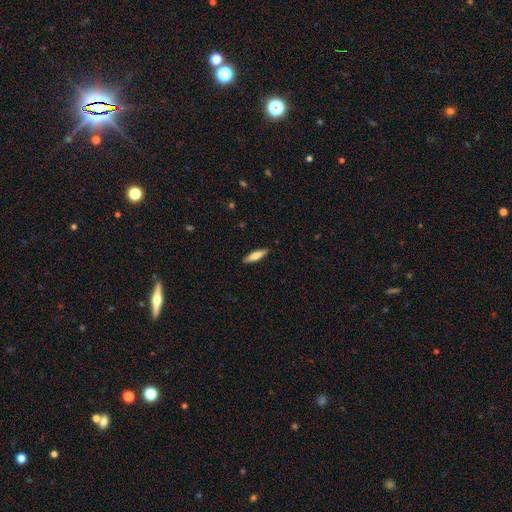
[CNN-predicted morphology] A smooth galaxy with no disk features (73%) that is cigar-shaped (69%).

Vote fractions:
- Smooth or featured? smooth: 73% / featured or disk: 21% / star or artifact: 6%
- How rounded? cigar-shaped: 69% / in between: 29% / round: 2%
- Merging? none: 89% / minor disturbance: 8% / major disturbance: 2% / merger: 1%